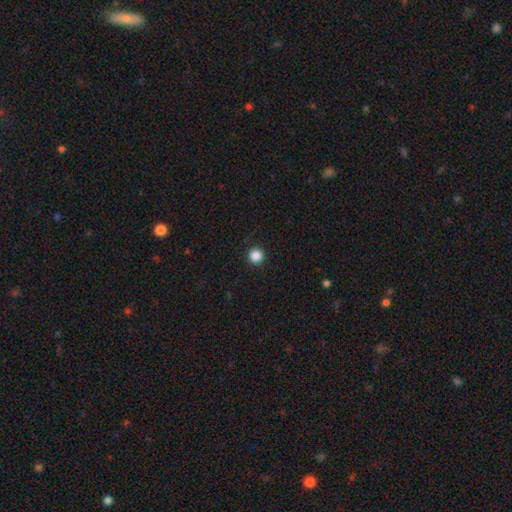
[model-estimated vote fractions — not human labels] A smooth galaxy with no disk features (86%) that is round (96%). Merging: none (93%).